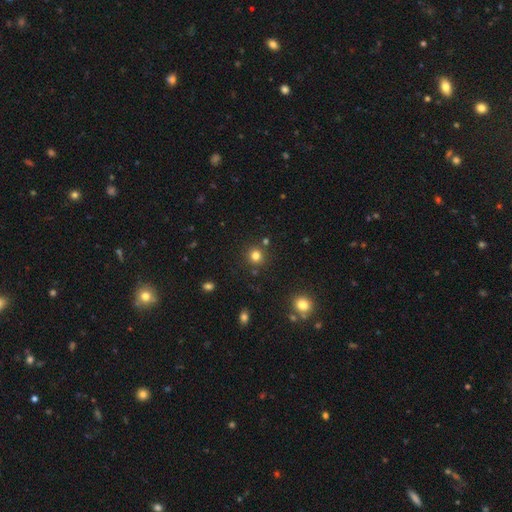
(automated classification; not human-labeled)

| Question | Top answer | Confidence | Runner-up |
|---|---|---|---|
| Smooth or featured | smooth | 79% | star or artifact (15%) |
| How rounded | round | 91% | in between (8%) |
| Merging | none | 84% | minor disturbance (7%) |